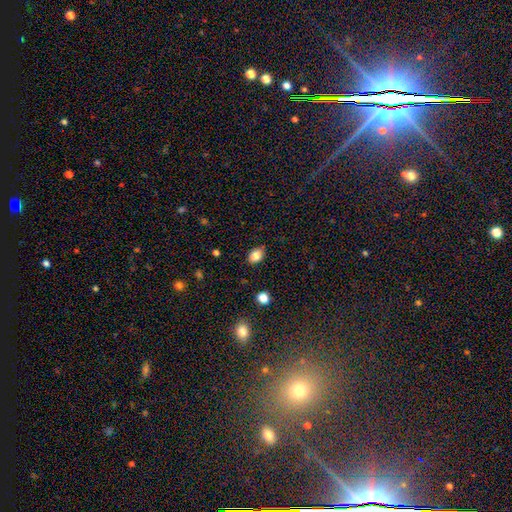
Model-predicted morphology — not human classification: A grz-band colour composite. It shows a smooth galaxy with no disk features (83%) that is in between round and cigar-shaped (77%). Merging: none (87%).